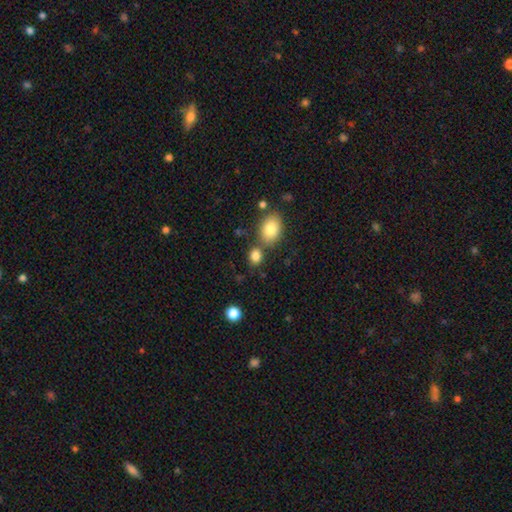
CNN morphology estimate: smooth-or-featured: smooth: 83% | star or artifact: 10% | featured or disk: 7%
  how-rounded: in between: 53% | round: 45% | cigar-shaped: 2%
  merging: none: 64% | merger: 22% | minor disturbance: 11% | major disturbance: 4%